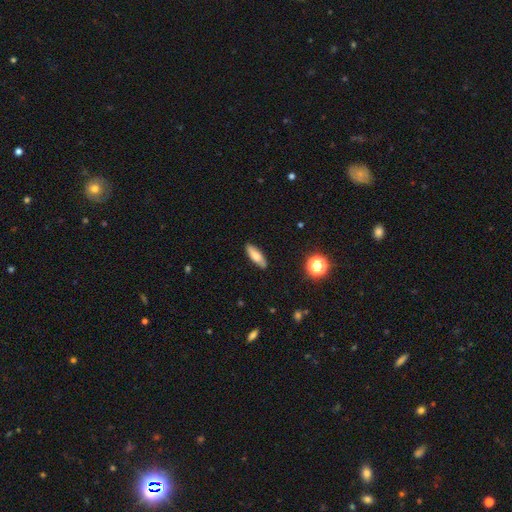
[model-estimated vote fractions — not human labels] Q: Smooth or featured?
A: smooth (73%); runner-up: featured or disk (19%)
Q: How rounded?
A: in between (53%); runner-up: cigar-shaped (45%)
Q: Merging?
A: none (87%); runner-up: minor disturbance (10%)